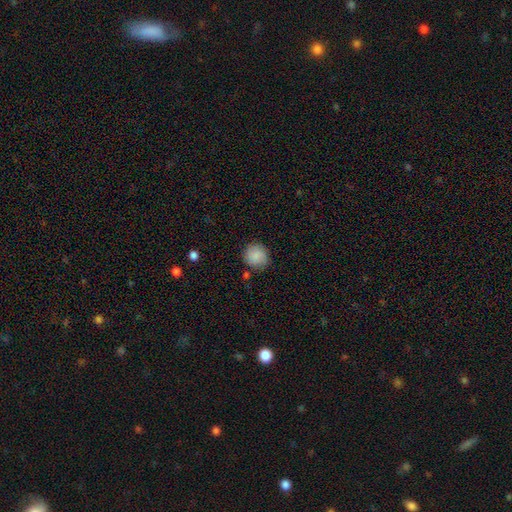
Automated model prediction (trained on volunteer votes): Smooth or featured?
  - smooth: 87% *
  - star or artifact: 8%
  - featured or disk: 6%
How rounded?
  - round: 90% *
  - in between: 9%
  - cigar-shaped: 1%
Merging?
  - none: 82% *
  - minor disturbance: 13%
  - major disturbance: 3%
  - merger: 3%